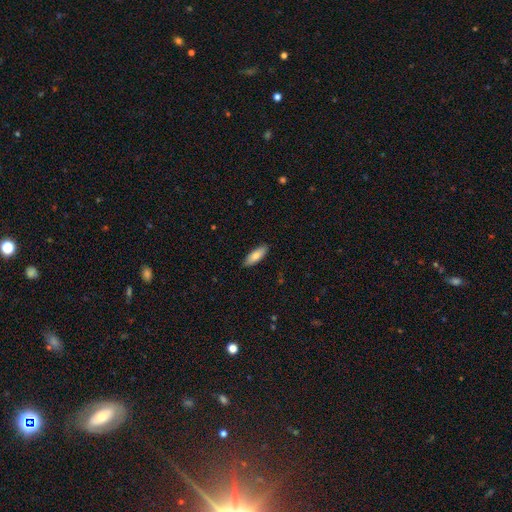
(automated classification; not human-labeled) Morphology: type=smooth (80%); roundness=in between (61%); merging=none (88%).